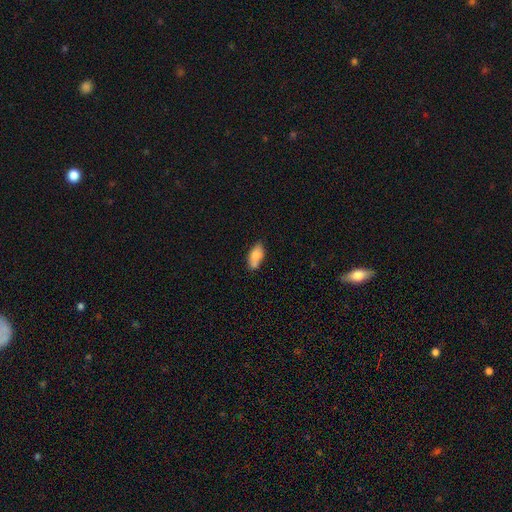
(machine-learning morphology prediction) type=smooth (78%); roundness=in between (87%); merging=none (55%).